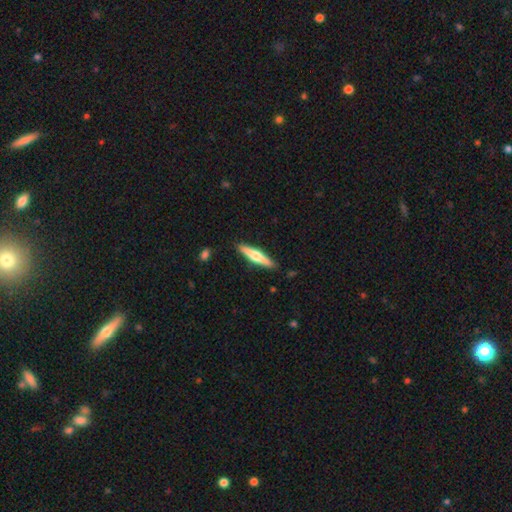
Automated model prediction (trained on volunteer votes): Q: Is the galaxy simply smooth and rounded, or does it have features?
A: featured or disk — 55%.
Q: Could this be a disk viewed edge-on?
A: yes — 97%.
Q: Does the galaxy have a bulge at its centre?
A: rounded — 90%.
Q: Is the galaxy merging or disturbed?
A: none — 90%.